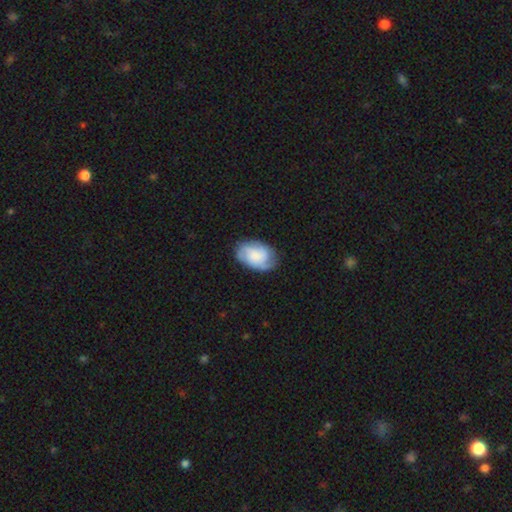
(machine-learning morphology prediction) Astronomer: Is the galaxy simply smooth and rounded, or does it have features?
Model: featured or disk — 58% (runner-up: smooth, 34%).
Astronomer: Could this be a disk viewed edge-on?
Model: no — 97%.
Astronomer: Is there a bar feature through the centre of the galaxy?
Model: no — 73%.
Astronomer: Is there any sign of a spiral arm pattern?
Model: yes — 93%.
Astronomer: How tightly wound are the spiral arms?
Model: tight — 44% (runner-up: medium, 41%).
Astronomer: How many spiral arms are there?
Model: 3 — 41% (runner-up: can't tell, 22%).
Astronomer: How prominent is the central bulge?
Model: none — 30% (runner-up: small, 28%).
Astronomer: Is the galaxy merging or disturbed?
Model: none — 74%.